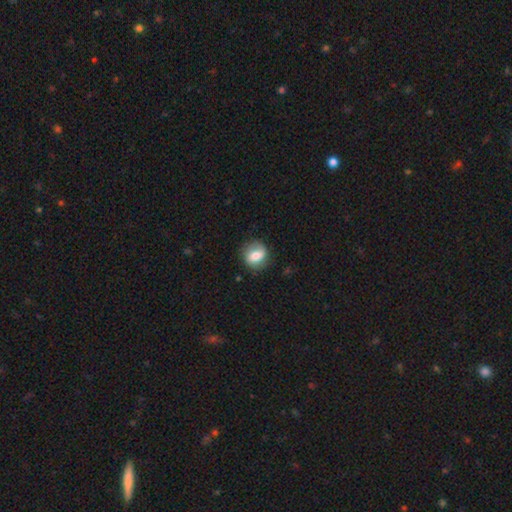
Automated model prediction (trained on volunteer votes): smooth 64%, featured or disk 28%, star or artifact 8%. Down the decision tree: how rounded — round (71%); merging — none (78%).